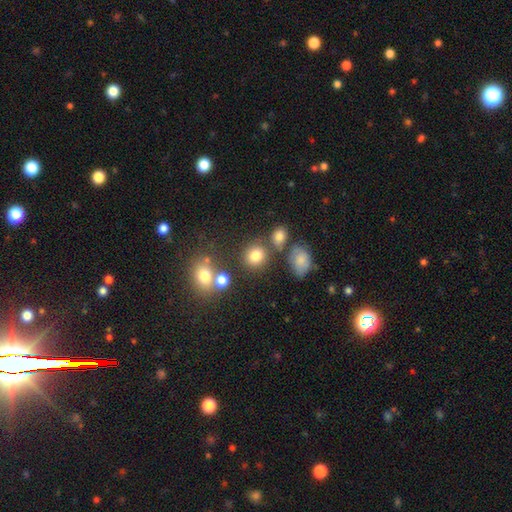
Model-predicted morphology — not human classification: Smooth or featured?
  - smooth: 78% *
  - star or artifact: 14%
  - featured or disk: 8%
How rounded?
  - round: 78% *
  - in between: 21%
  - cigar-shaped: 1%
Merging?
  - none: 71% *
  - merger: 13%
  - minor disturbance: 12%
  - major disturbance: 5%